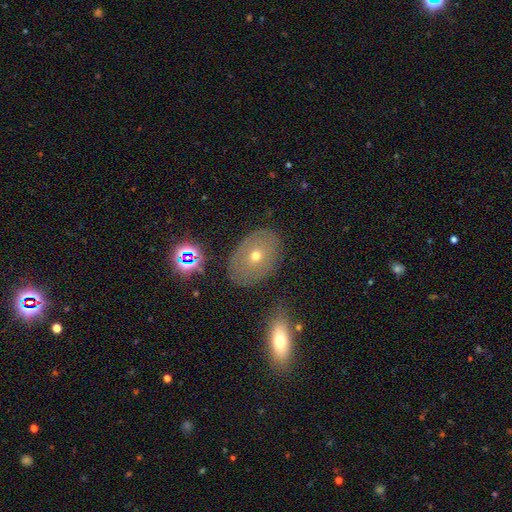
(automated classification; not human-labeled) smooth-or-featured: smooth: 49% | featured or disk: 38% | star or artifact: 13%
  merging: none: 78% | minor disturbance: 14% | major disturbance: 5% | merger: 3%